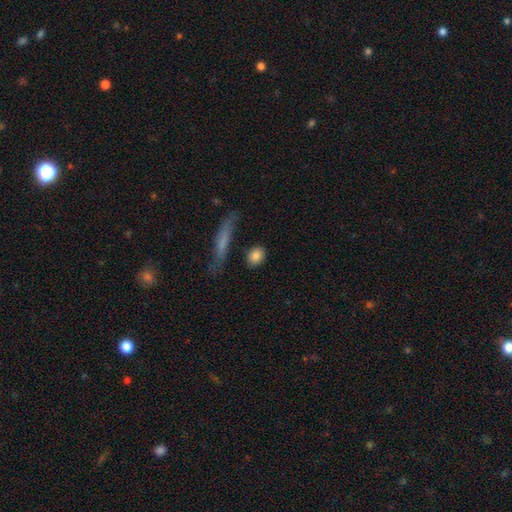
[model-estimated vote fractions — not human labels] smooth 84%, featured or disk 9%, star or artifact 7%. Down the decision tree: how rounded — round (49%); merging — none (80%).